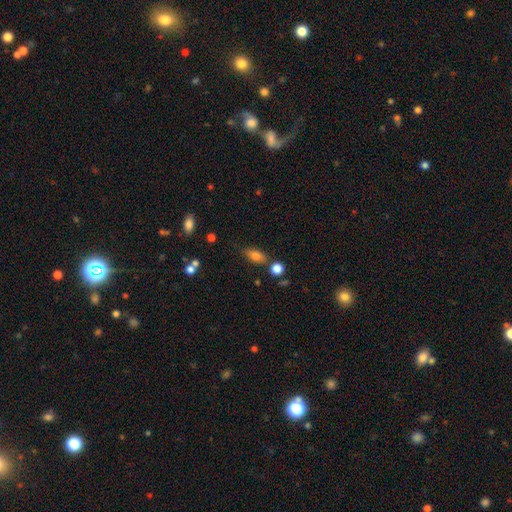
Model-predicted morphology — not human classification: Overall: smooth (82%). How rounded: in between (83%). Merging: none (70%).